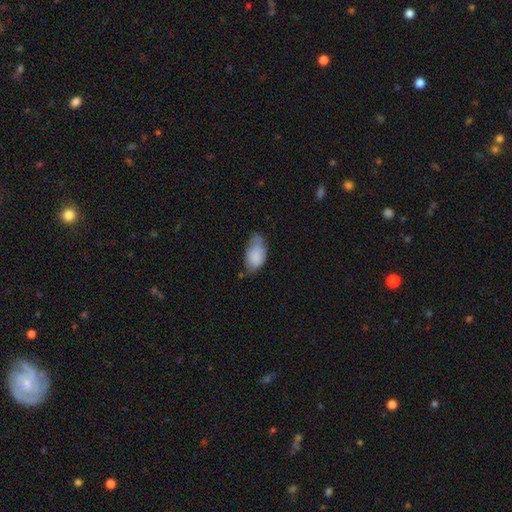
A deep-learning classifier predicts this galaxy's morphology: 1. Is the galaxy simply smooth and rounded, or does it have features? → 83% smooth, 10% featured or disk, 7% star or artifact.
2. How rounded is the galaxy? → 94% in between, 4% round, 2% cigar-shaped.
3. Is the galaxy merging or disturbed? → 43% none, 42% minor disturbance, 11% major disturbance, 3% merger.